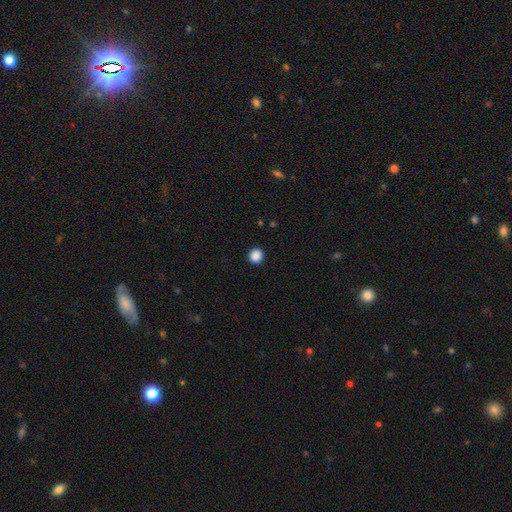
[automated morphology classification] Smooth or featured? smooth (88%)
How rounded? round (91%)
Merging? none (93%)